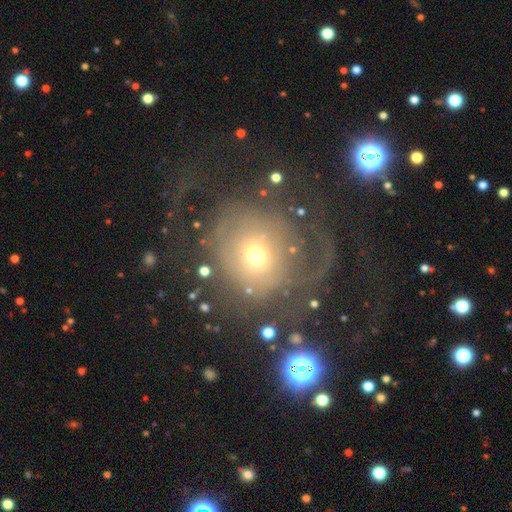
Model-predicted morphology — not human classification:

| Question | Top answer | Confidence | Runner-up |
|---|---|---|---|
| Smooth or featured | featured or disk | 45% | smooth (41%) |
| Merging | major disturbance | 49% | none (34%) |